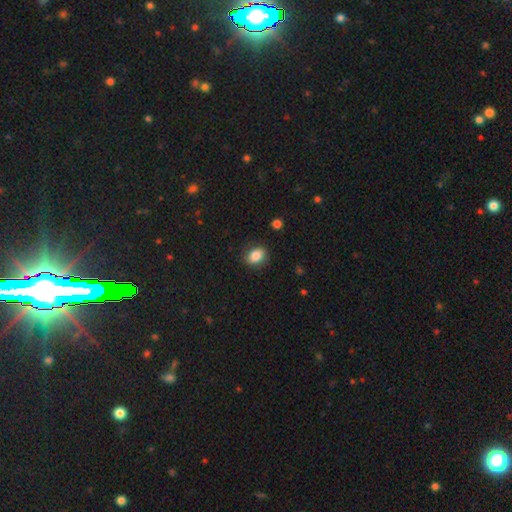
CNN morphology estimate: A smooth galaxy with no disk features (84%) that is in between round and cigar-shaped (68%).

Vote fractions:
- Smooth or featured? smooth: 84% / star or artifact: 9% / featured or disk: 7%
- How rounded? in between: 68% / round: 30% / cigar-shaped: 1%
- Merging? none: 83% / minor disturbance: 13% / major disturbance: 3% / merger: 1%